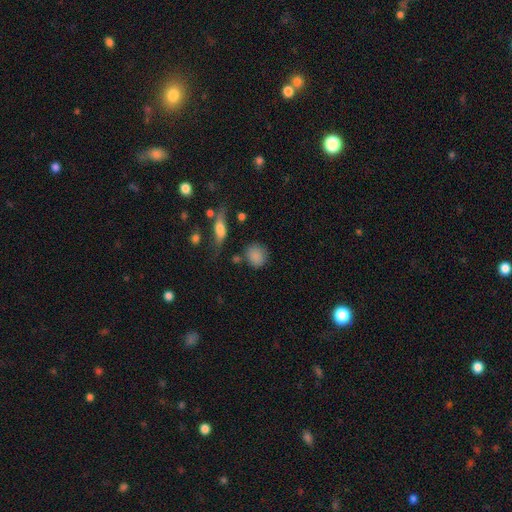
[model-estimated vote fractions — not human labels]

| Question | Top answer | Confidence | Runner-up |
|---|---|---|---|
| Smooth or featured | smooth | 84% | star or artifact (9%) |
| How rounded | round | 75% | in between (22%) |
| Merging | none | 73% | minor disturbance (15%) |